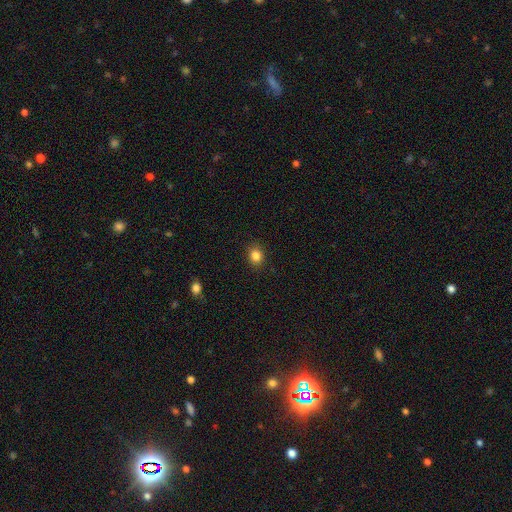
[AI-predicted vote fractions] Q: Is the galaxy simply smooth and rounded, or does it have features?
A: smooth — 84%.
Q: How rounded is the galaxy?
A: round — 71%.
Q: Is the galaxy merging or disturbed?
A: none — 89%.